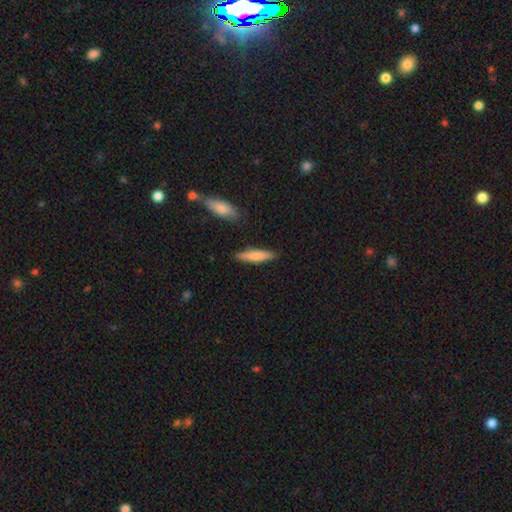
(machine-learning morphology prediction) type=smooth (78%); roundness=cigar-shaped (80%); merging=none (87%).